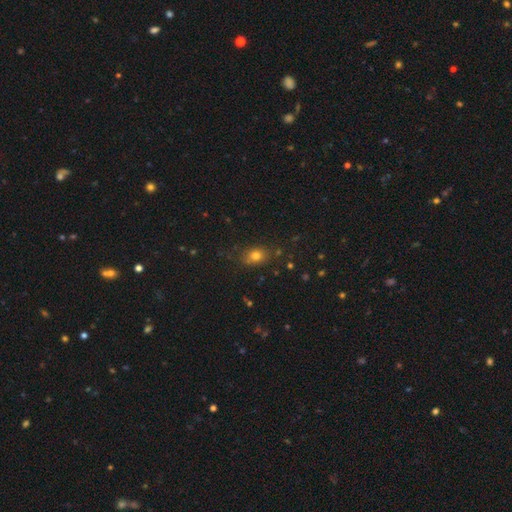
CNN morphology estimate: smooth 76%, star or artifact 15%, featured or disk 9%. Down the decision tree: how rounded — in between (55%); merging — none (79%).